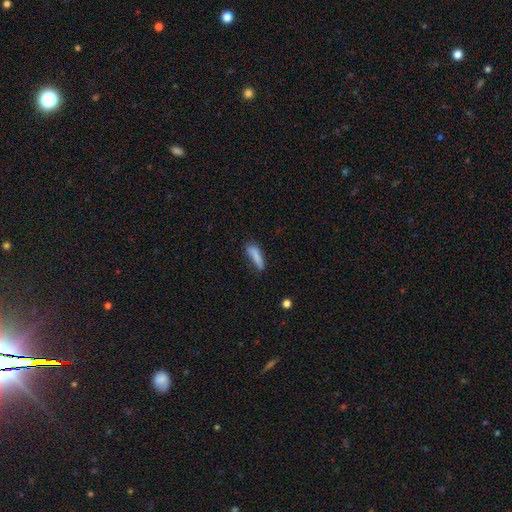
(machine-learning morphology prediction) Smooth or featured?
  - smooth: 83% *
  - featured or disk: 9%
  - star or artifact: 8%
How rounded?
  - cigar-shaped: 71% *
  - in between: 27%
  - round: 2%
Merging?
  - none: 58% *
  - minor disturbance: 30%
  - major disturbance: 9%
  - merger: 3%